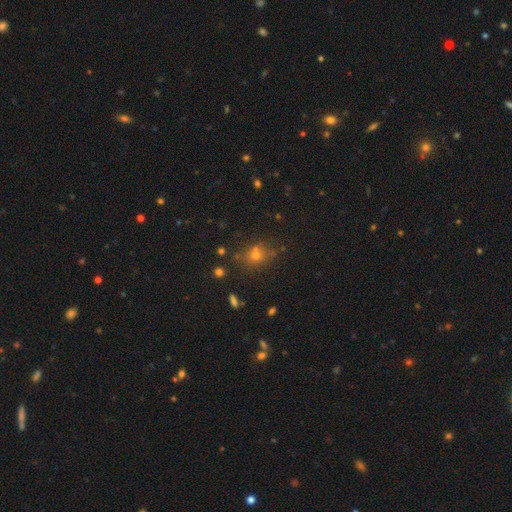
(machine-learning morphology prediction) Q: Smooth or featured?
A: smooth (60%); runner-up: star or artifact (29%)
Q: How rounded?
A: round (71%); runner-up: in between (27%)
Q: Merging?
A: none (72%); runner-up: minor disturbance (14%)